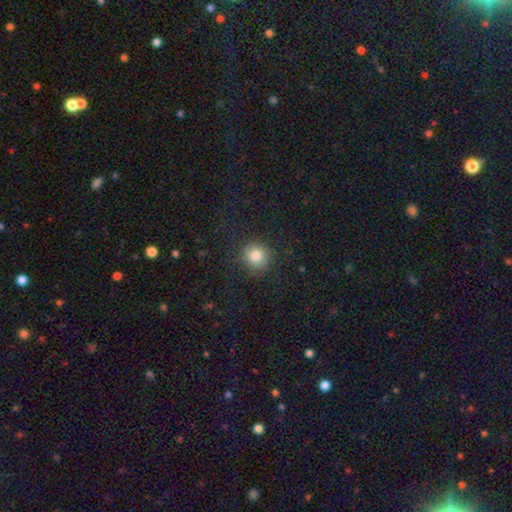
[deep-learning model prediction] Smooth or featured? Predicted: smooth (p=0.81). How rounded? Predicted: round (p=0.89). Merging? Predicted: none (p=0.86).